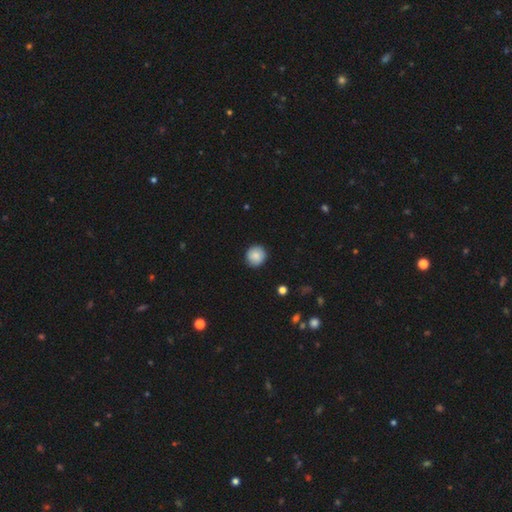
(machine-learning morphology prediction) A smooth galaxy with no disk features (86%) that is round (93%).

Vote fractions:
- Smooth or featured? smooth: 86% / star or artifact: 7% / featured or disk: 6%
- How rounded? round: 93% / in between: 6% / cigar-shaped: 1%
- Merging? none: 90% / minor disturbance: 7% / major disturbance: 2% / merger: 1%